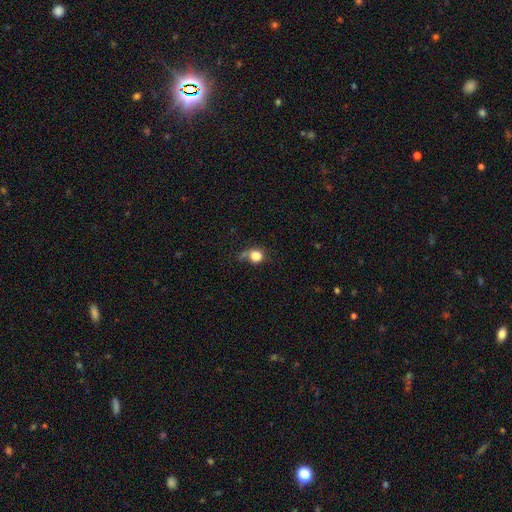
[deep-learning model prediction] smooth_or_featured: smooth (p=0.80) [alt: star or artifact p=0.11]
how_rounded: round (p=0.78) [alt: in between p=0.21]
merging: none (p=0.42) [alt: minor disturbance p=0.23]